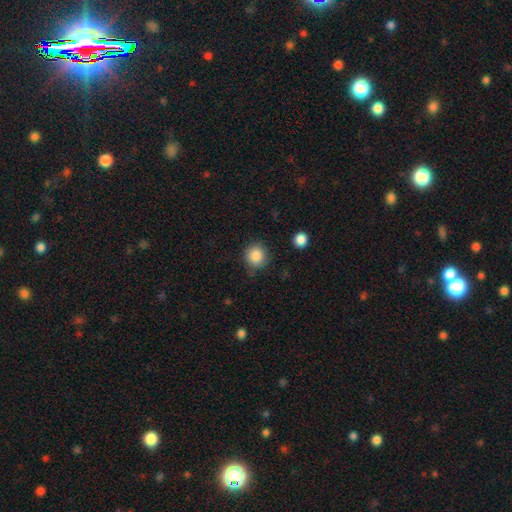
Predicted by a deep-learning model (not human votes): Smooth or featured?
  - smooth: 86% *
  - star or artifact: 9%
  - featured or disk: 4%
How rounded?
  - round: 89% *
  - in between: 10%
  - cigar-shaped: 1%
Merging?
  - none: 83% *
  - minor disturbance: 12%
  - major disturbance: 3%
  - merger: 2%